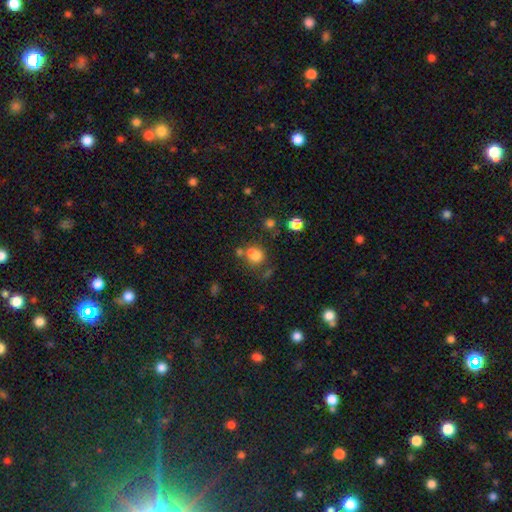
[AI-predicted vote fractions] This appears to be a smooth galaxy with no disk features (73%) that is round (73%). Merging: none (49%).